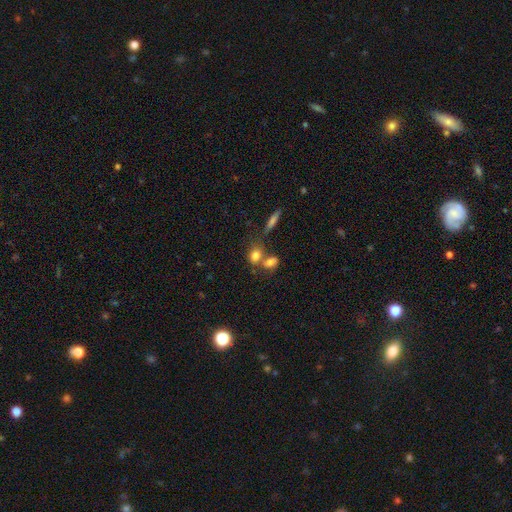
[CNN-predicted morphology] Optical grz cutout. It shows a smooth galaxy with no disk features (78%) that is in between round and cigar-shaped (60%). Merging: none (43%).